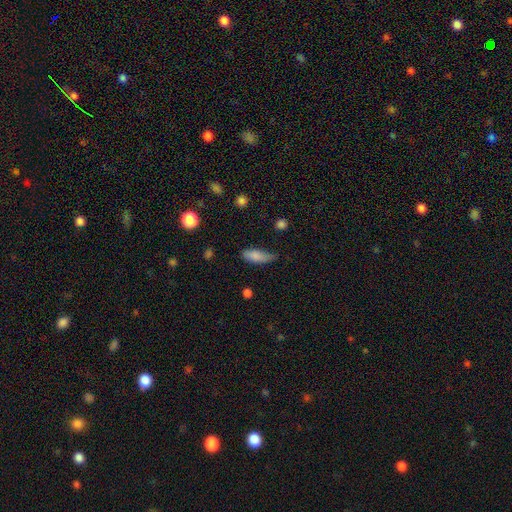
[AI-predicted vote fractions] smooth-or-featured: smooth: 83% | featured or disk: 10% | star or artifact: 7%
  how-rounded: in between: 71% | cigar-shaped: 26% | round: 3%
  merging: none: 50% | minor disturbance: 39% | major disturbance: 9% | merger: 2%